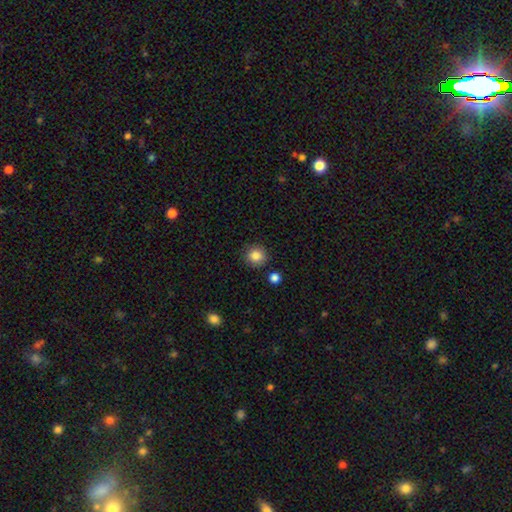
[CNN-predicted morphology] Smooth or featured? Predicted: smooth (p=0.86). How rounded? Predicted: round (p=0.91). Merging? Predicted: none (p=0.87).